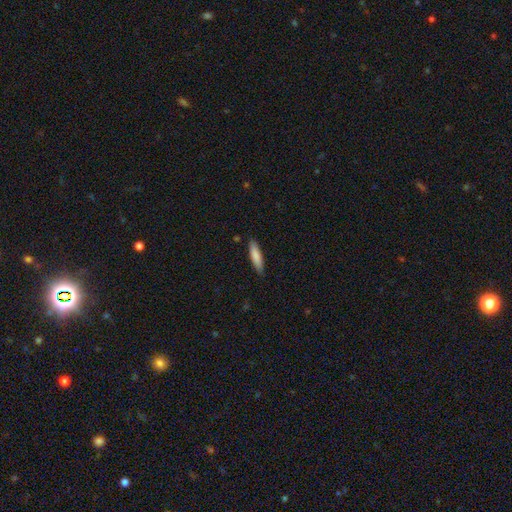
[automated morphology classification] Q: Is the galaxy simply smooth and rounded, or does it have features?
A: smooth — 82%.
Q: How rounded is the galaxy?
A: cigar-shaped — 76%.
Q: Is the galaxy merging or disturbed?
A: none — 86%.